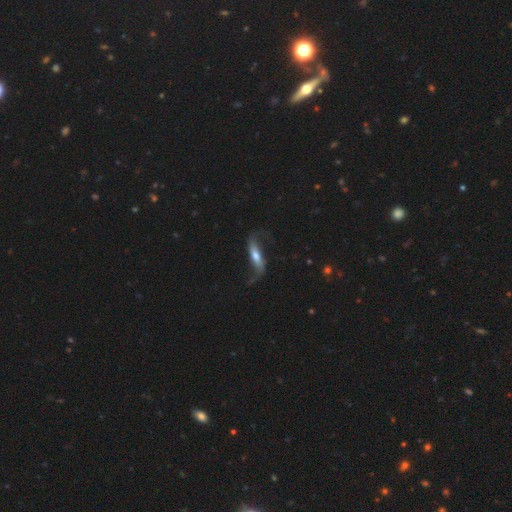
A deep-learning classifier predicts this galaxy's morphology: type=featured or disk (71%); edge-on=no (75%); bar=no (35%); spiral arms=yes (91%); bulge=moderate (54%); merging=none (60%).